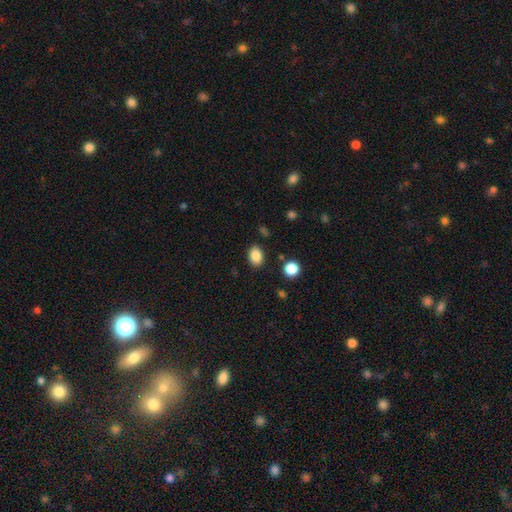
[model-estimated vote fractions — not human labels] smooth 86%, star or artifact 9%, featured or disk 4%. Down the decision tree: how rounded — in between (76%); merging — none (86%).